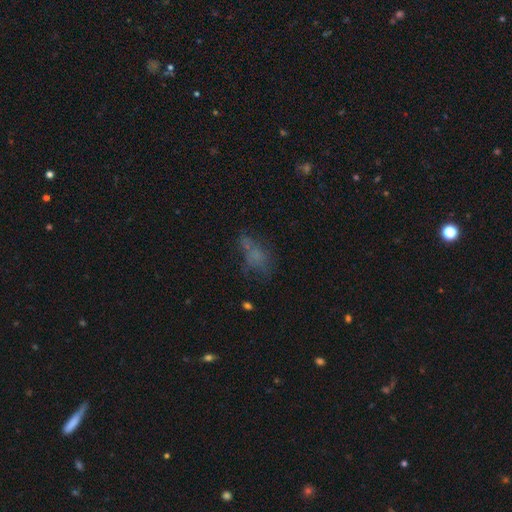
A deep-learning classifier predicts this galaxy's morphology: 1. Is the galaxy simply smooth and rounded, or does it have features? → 50% smooth, 29% featured or disk, 21% star or artifact.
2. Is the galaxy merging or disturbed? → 39% none, 27% major disturbance, 22% minor disturbance, 12% merger.